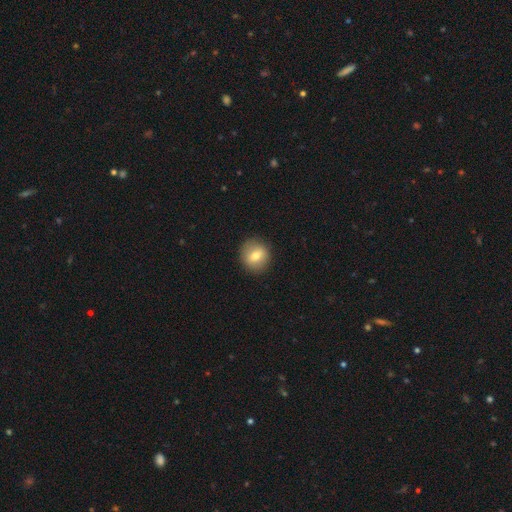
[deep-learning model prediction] smooth 72%, featured or disk 18%, star or artifact 9%. Down the decision tree: how rounded — round (85%); merging — none (89%).